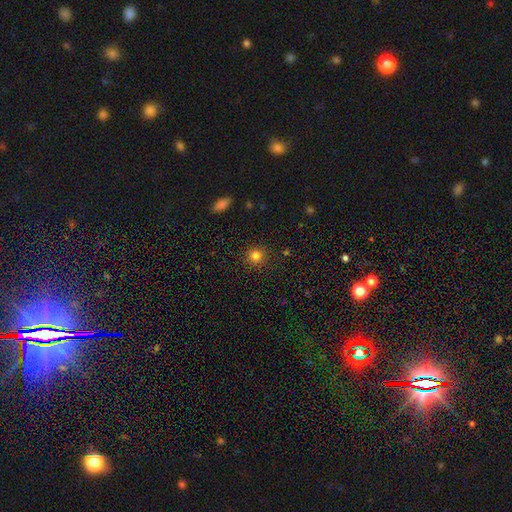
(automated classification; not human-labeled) smooth_or_featured: smooth (p=0.82) [alt: star or artifact p=0.13]
how_rounded: round (p=0.93) [alt: in between p=0.06]
merging: none (p=0.90) [alt: minor disturbance p=0.06]